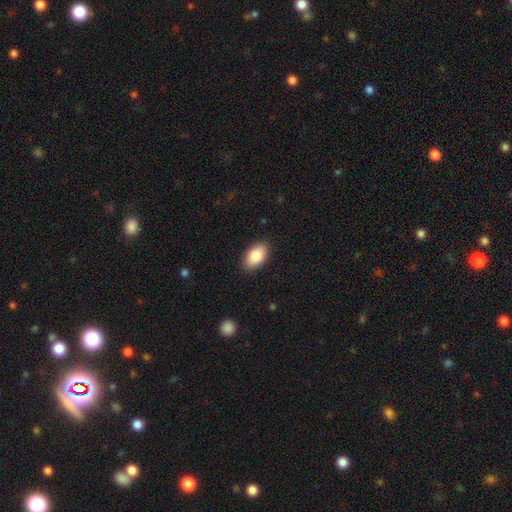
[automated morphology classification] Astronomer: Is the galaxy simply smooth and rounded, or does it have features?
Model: smooth — 85%.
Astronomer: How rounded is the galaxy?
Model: in between — 94%.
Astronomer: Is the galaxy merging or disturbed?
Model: none — 89%.